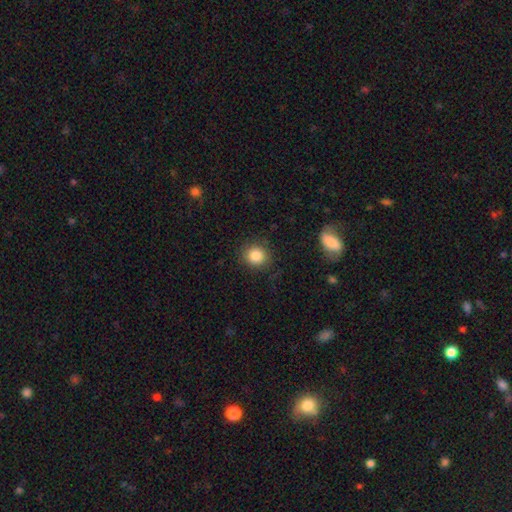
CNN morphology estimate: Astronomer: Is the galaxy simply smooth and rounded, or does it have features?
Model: smooth — 85%.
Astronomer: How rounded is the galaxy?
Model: round — 84%.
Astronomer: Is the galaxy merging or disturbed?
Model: none — 86%.